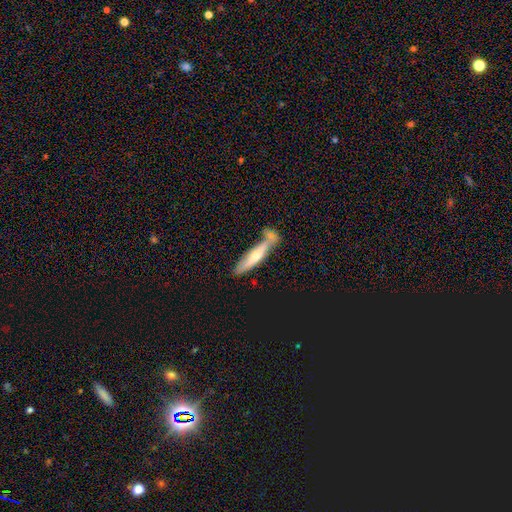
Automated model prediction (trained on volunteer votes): smooth_or_featured: smooth (p=0.50) [alt: featured or disk p=0.43]
merging: none (p=0.49) [alt: merger p=0.31]